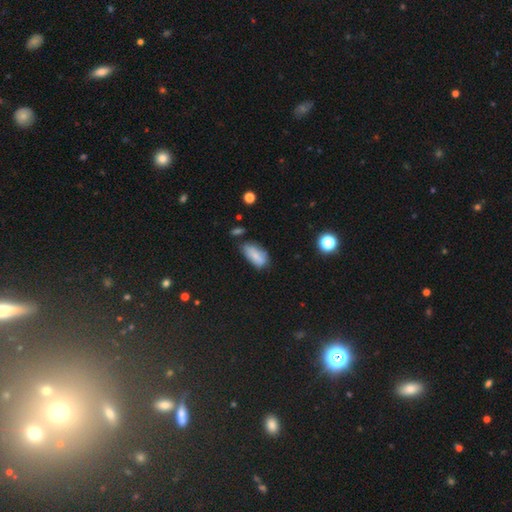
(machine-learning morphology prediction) smooth 77%, featured or disk 14%, star or artifact 9%. Down the decision tree: how rounded — in between (89%); merging — none (50%).